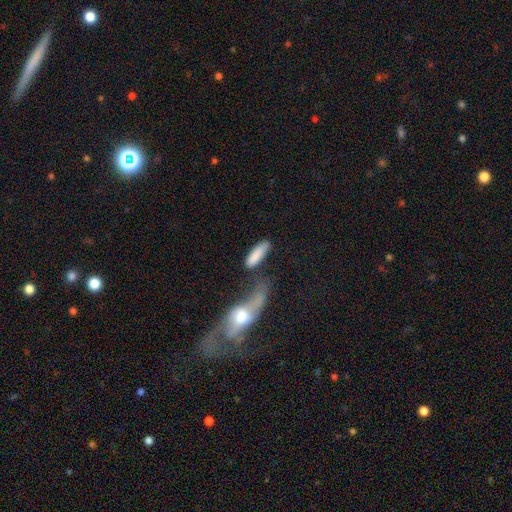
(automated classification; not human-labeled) A smooth galaxy with no disk features (83%) that is in between round and cigar-shaped (49%, tied with cigar-shaped). Merging: none (50%).